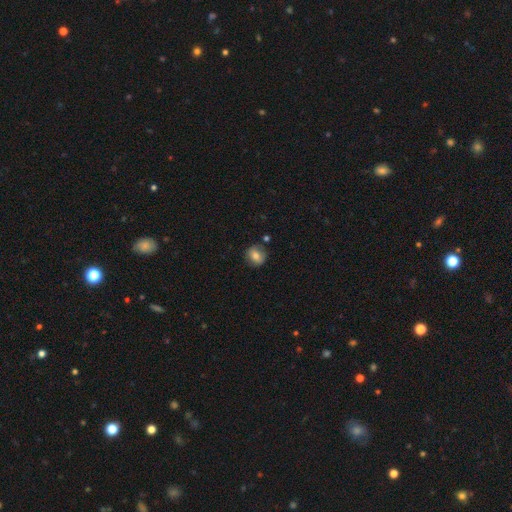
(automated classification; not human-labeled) Q: Smooth or featured?
A: smooth (73%); runner-up: featured or disk (17%)
Q: How rounded?
A: round (84%); runner-up: in between (15%)
Q: Merging?
A: none (81%); runner-up: minor disturbance (12%)